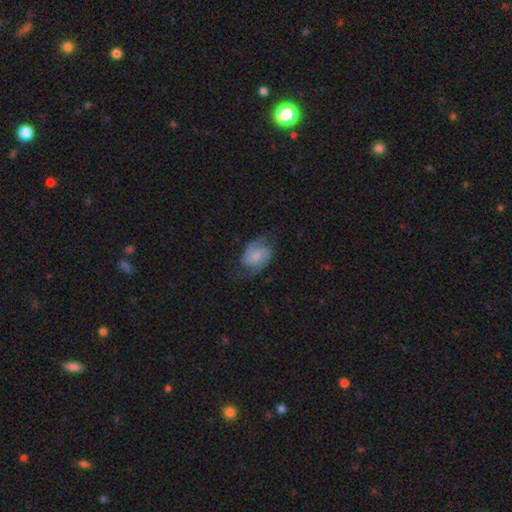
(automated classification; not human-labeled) Smooth or featured?
  - featured or disk: 79% *
  - smooth: 14%
  - star or artifact: 7%
Edge-on disk?
  - no: 98% *
  - yes: 2%
Bar?
  - no: 47% *
  - weak: 43%
  - strong: 10%
Spiral arms?
  - yes: 96% *
  - no: 4%
Spiral winding?
  - medium: 54% *
  - loose: 24%
  - tight: 22%
Spiral arm count?
  - 2: 91% *
  - can't tell: 4%
  - 1: 2%
  - 3: 2%
  - 4: 1%
  - more than 4: 1%
Bulge size?
  - small: 34% *
  - none: 29%
  - moderate: 26%
  - large: 8%
  - dominant: 2%
Merging?
  - none: 73% *
  - minor disturbance: 16%
  - major disturbance: 9%
  - merger: 1%